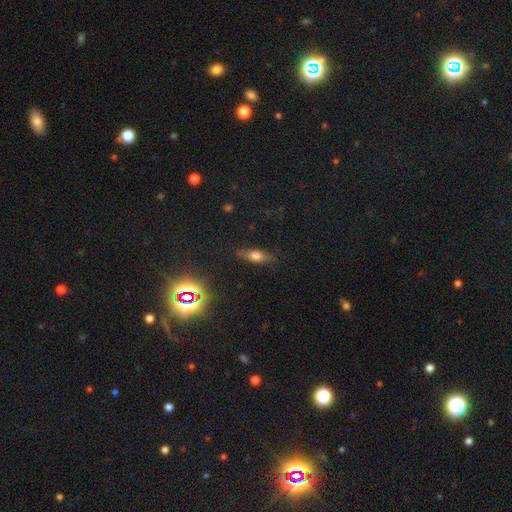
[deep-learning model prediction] Overall: smooth (58%; featured or disk 27%). How rounded: in between (57%; cigar-shaped 37%). Merging: none (81%).